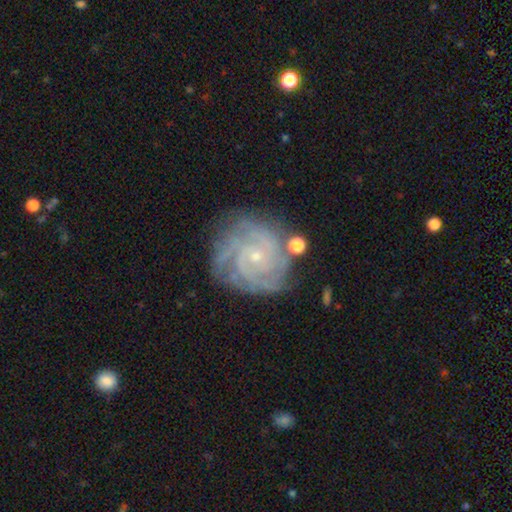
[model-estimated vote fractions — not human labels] This is clearly a featured or disk galaxy (87%). It is clearly not viewed edge-on (98%). Bar: likely no (76%). Spiral arm pattern: clearly yes (97%). Spiral arm count: marginally 4 (28%, tied with 3). Spiral winding: likely tight (77%). Central bulge: clearly small (84%). Merging: likely none (74%).